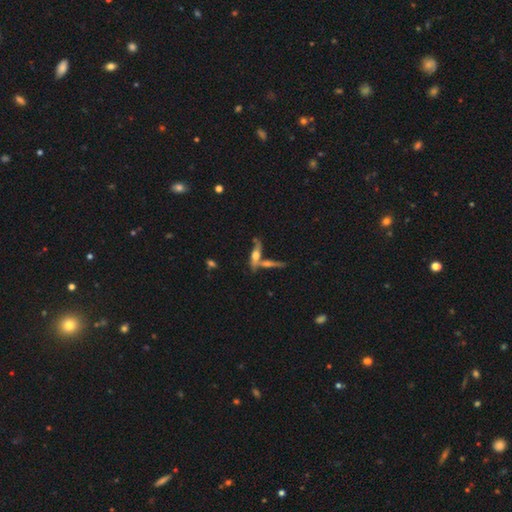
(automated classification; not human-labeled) smooth-or-featured: featured or disk: 56% | smooth: 35% | star or artifact: 9%
  disk-edge-on: yes: 80% | no: 20%
  merging: none: 50% | merger: 31% | minor disturbance: 13% | major disturbance: 6%